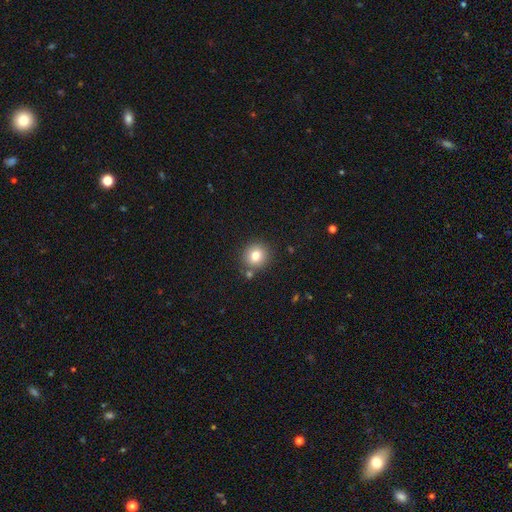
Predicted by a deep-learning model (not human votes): smooth_or_featured: smooth (p=0.79) [alt: star or artifact p=0.12]
how_rounded: round (p=0.89) [alt: in between p=0.10]
merging: none (p=0.81) [alt: minor disturbance p=0.08]